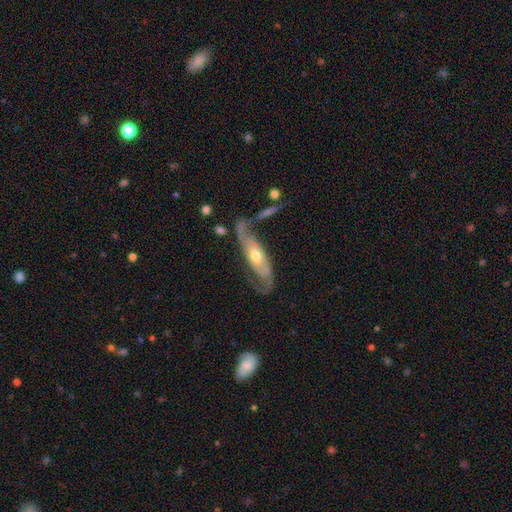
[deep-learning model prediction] smooth-or-featured: featured or disk: 78% | smooth: 17% | star or artifact: 5%
  disk-edge-on: no: 83% | yes: 17%
    bar: no: 64% | weak: 25% | strong: 10%
    has-spiral-arms: yes: 88% | no: 12%
      spiral-winding: loose: 39% | medium: 37% | tight: 24%
      spiral-arm-count: 2: 79% | can't tell: 11% | 1: 6% | 3: 1% | 4: 1% | more than 4: 1%
    bulge-size: moderate: 68% | small: 23% | large: 7% | none: 1% | dominant: 1%
  merging: none: 50% | minor disturbance: 21% | major disturbance: 19% | merger: 10%